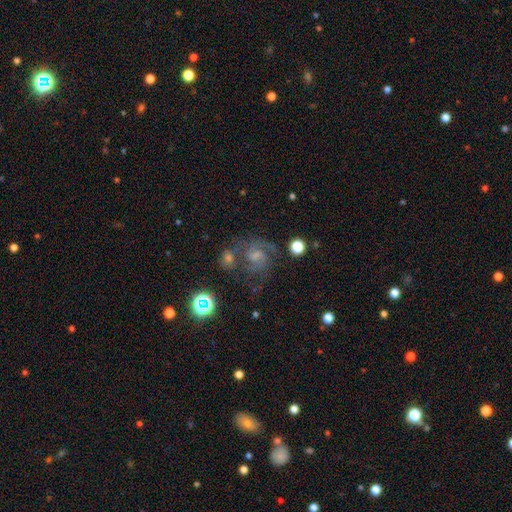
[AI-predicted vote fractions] This is likely a featured or disk galaxy (77%). It is clearly not viewed edge-on (98%). Bar: possibly weak (51%). Spiral arm pattern: clearly yes (96%). Spiral arm count: likely 2 (63%). Spiral winding: possibly medium (52%). Central bulge: possibly small (49%). Merging: possibly none (56%).